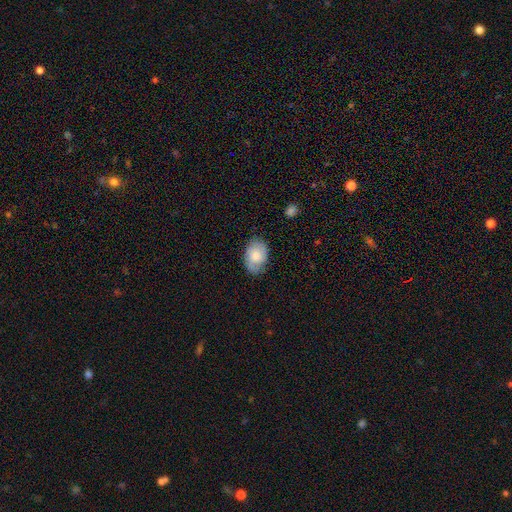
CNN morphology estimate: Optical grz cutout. It shows a smooth galaxy with no disk features (61%) that is in between round and cigar-shaped (83%). Merging: none (77%).